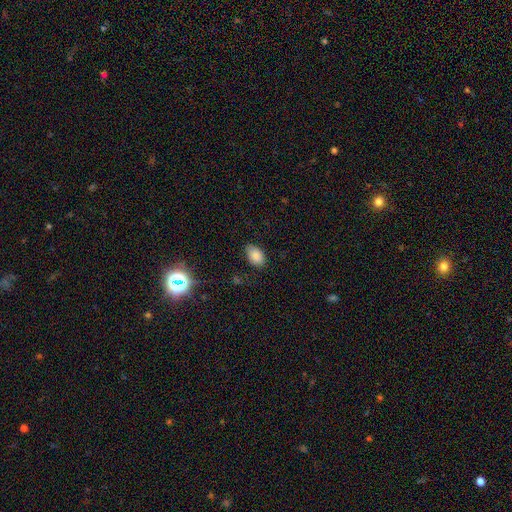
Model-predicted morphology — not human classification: This appears to be a smooth galaxy with no disk features (83%) that is in between round and cigar-shaped (89%). Merging: none (81%).